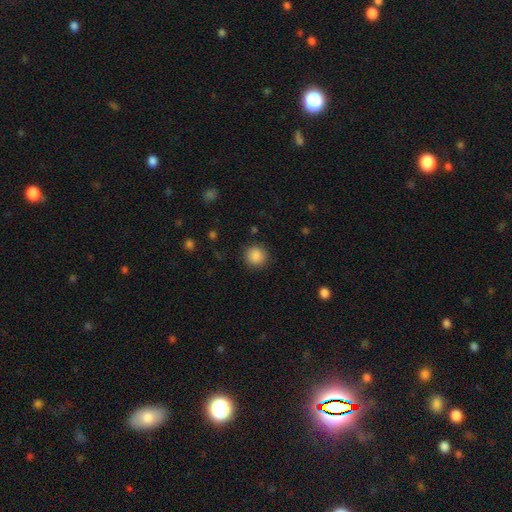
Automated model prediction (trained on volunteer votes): A smooth galaxy with no disk features (87%) that is round (89%). Merging: none (87%).